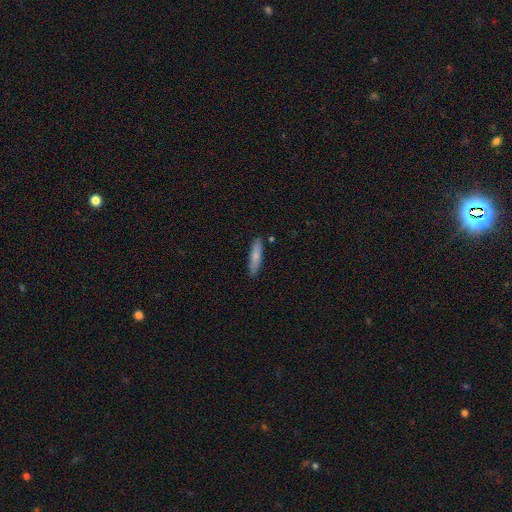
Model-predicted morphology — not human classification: The model was most divided on "smooth or featured": smooth: 74%, featured or disk: 21%, star or artifact: 6%. More confident: merging — none (87%); how rounded — cigar-shaped (78%).